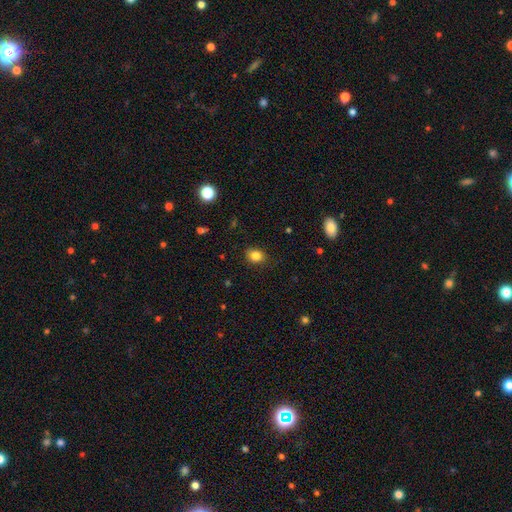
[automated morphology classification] A smooth galaxy with no disk features (83%) that is in between round and cigar-shaped (55%).

Vote fractions:
- Smooth or featured? smooth: 83% / star or artifact: 10% / featured or disk: 6%
- How rounded? in between: 55% / round: 44% / cigar-shaped: 1%
- Merging? none: 83% / minor disturbance: 13% / major disturbance: 3% / merger: 1%